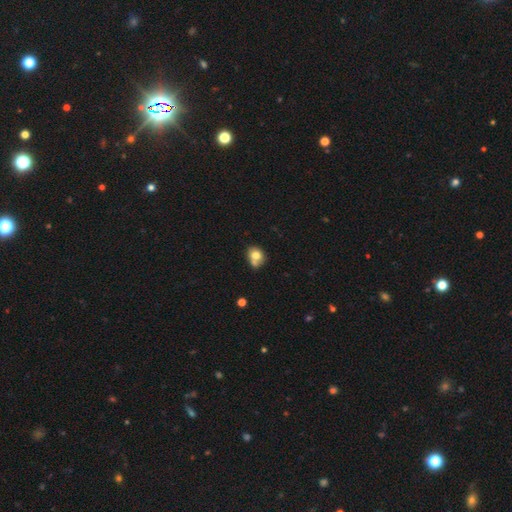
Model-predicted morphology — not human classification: Smooth or featured? smooth (74%)
How rounded? round (58%)
Merging? none (40%)